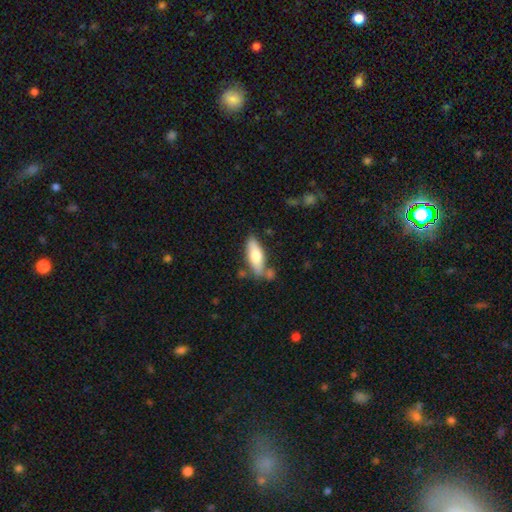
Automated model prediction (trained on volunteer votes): A smooth galaxy with no disk features (68%) that is in between round and cigar-shaped (58%).

Vote fractions:
- Smooth or featured? smooth: 68% / featured or disk: 27% / star or artifact: 5%
- How rounded? in between: 58% / cigar-shaped: 40% / round: 2%
- Merging? none: 70% / minor disturbance: 17% / merger: 9% / major disturbance: 4%